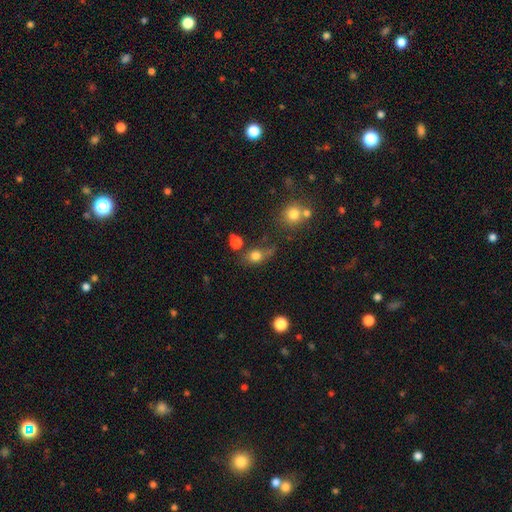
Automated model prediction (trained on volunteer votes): smooth-or-featured: smooth: 78% | star or artifact: 13% | featured or disk: 9%
  how-rounded: round: 57% | in between: 41% | cigar-shaped: 2%
  merging: none: 53% | minor disturbance: 22% | merger: 14% | major disturbance: 11%